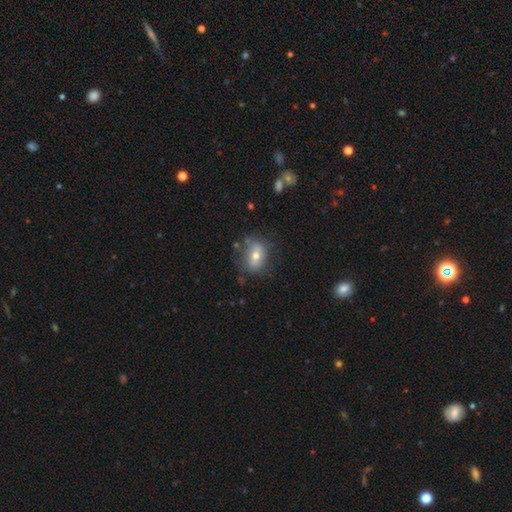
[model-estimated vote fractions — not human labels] Overall: smooth (58%; featured or disk 32%). How rounded: in between (68%; round 29%). Merging: none (69%).